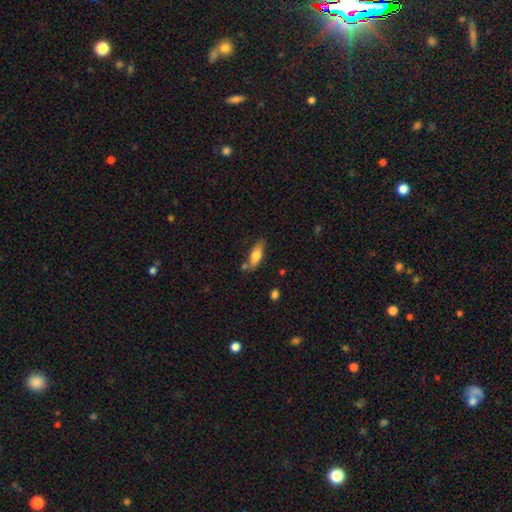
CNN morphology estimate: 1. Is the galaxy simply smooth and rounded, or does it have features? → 70% smooth, 24% featured or disk, 6% star or artifact.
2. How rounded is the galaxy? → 66% in between, 32% cigar-shaped, 3% round.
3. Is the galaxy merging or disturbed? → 72% none, 16% minor disturbance, 8% merger, 3% major disturbance.